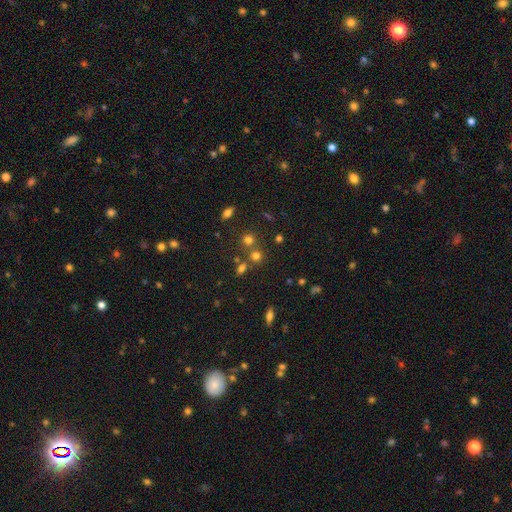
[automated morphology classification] Q: Smooth or featured?
A: smooth (65%); runner-up: star or artifact (25%)
Q: How rounded?
A: round (84%); runner-up: in between (15%)
Q: Merging?
A: none (65%); runner-up: merger (23%)